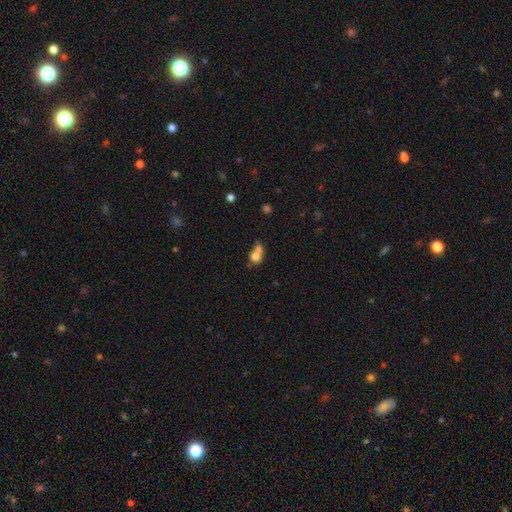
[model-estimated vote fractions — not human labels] smooth_or_featured: smooth (p=0.73) [alt: featured or disk p=0.16]
how_rounded: round (p=0.66) [alt: in between p=0.32]
merging: merger (p=0.64) [alt: none p=0.23]